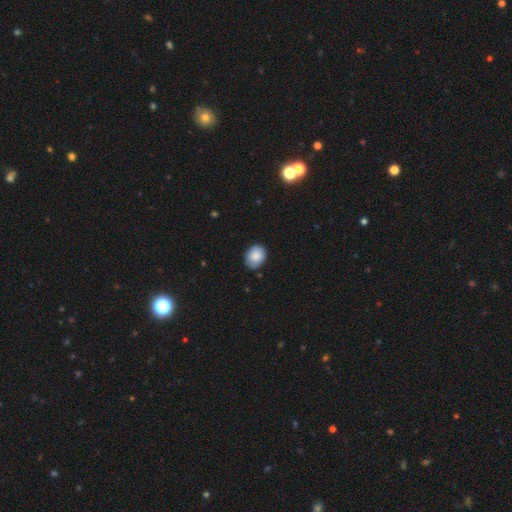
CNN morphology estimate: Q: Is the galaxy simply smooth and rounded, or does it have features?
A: smooth — 86%.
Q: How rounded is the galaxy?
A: in between — 63%.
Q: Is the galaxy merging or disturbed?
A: none — 82%.